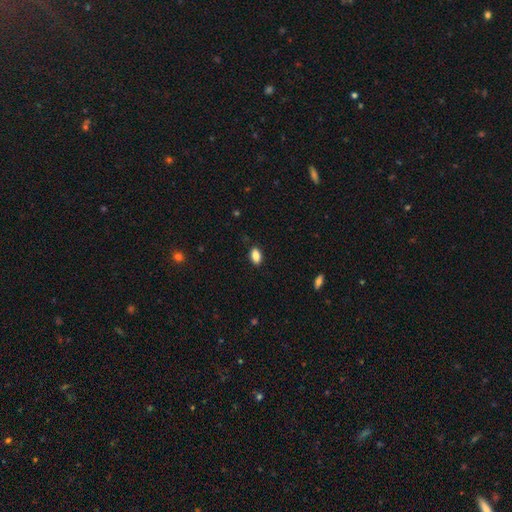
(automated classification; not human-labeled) A smooth galaxy with no disk features (86%) that is in between round and cigar-shaped (90%).

Vote fractions:
- Smooth or featured? smooth: 86% / star or artifact: 8% / featured or disk: 5%
- How rounded? in between: 90% / round: 5% / cigar-shaped: 4%
- Merging? none: 86% / minor disturbance: 11% / major disturbance: 2% / merger: 1%